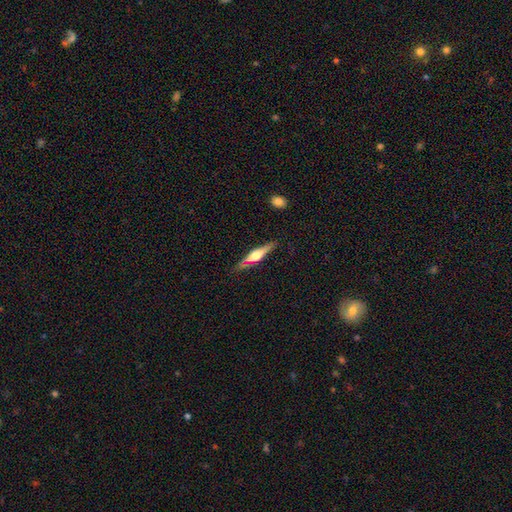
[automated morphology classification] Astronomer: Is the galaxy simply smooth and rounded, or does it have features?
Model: featured or disk — 65%.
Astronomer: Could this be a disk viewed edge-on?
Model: yes — 95%.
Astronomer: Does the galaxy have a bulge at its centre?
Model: rounded — 88%.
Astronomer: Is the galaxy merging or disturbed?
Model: none — 83%.